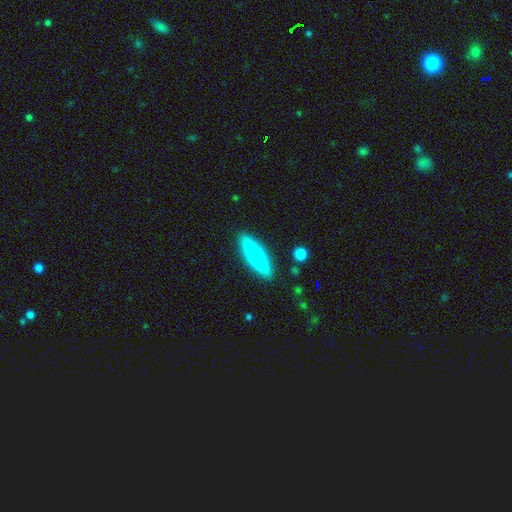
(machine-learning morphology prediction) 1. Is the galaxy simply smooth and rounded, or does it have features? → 63% smooth, 31% featured or disk, 6% star or artifact.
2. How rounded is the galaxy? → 77% cigar-shaped, 21% in between, 2% round.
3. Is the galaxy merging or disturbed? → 89% none, 8% minor disturbance, 2% major disturbance, 2% merger.